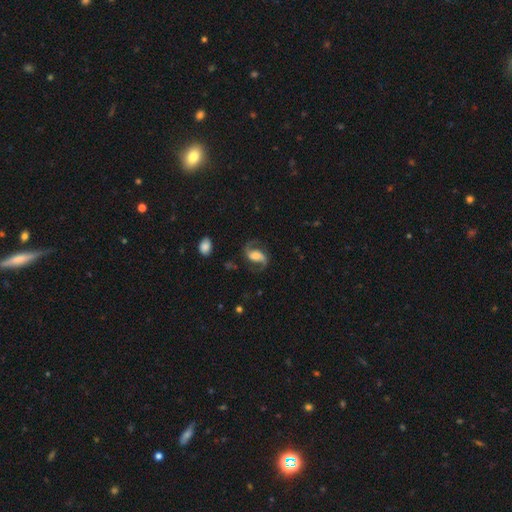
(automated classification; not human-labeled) Smooth or featured?
  - featured or disk: 84% *
  - smooth: 10%
  - star or artifact: 6%
Edge-on disk?
  - no: 97% *
  - yes: 3%
Bar?
  - weak: 40% *
  - strong: 31%
  - no: 29%
Spiral arms?
  - yes: 96% *
  - no: 4%
Spiral winding?
  - medium: 48% *
  - loose: 43%
  - tight: 9%
Spiral arm count?
  - 2: 93% *
  - 1: 2%
  - can't tell: 2%
  - 3: 1%
  - 4: 1%
  - more than 4: 1%
Bulge size?
  - moderate: 46% *
  - small: 23%
  - large: 23%
  - none: 5%
  - dominant: 3%
Merging?
  - none: 75% *
  - minor disturbance: 14%
  - major disturbance: 9%
  - merger: 2%